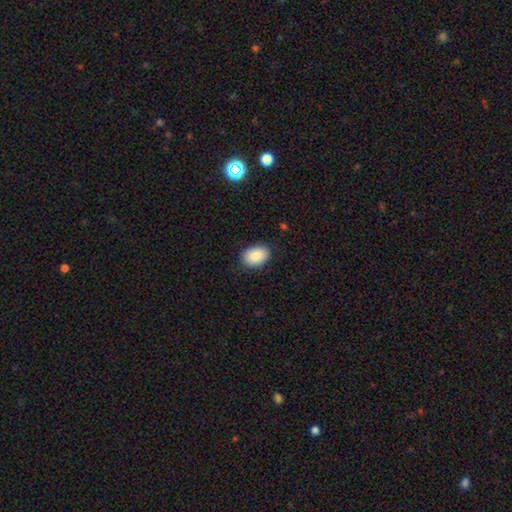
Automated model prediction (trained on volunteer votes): Morphology: type=smooth (89%); roundness=in between (87%); merging=none (86%).